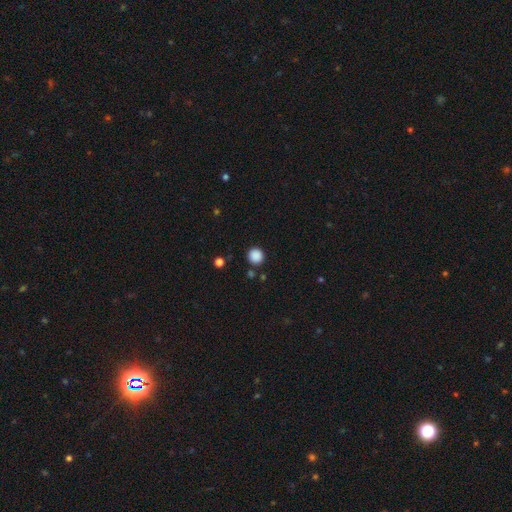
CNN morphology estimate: smooth_or_featured: smooth (p=0.87) [alt: star or artifact p=0.10]
how_rounded: round (p=0.93) [alt: in between p=0.06]
merging: none (p=0.88) [alt: minor disturbance p=0.07]